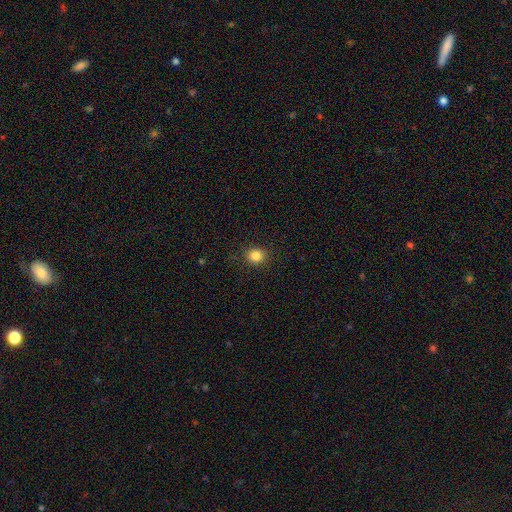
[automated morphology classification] The model was most divided on "how rounded": round: 81%, in between: 18%, cigar-shaped: 1%. More confident: merging — none (89%); smooth or featured — smooth (84%).